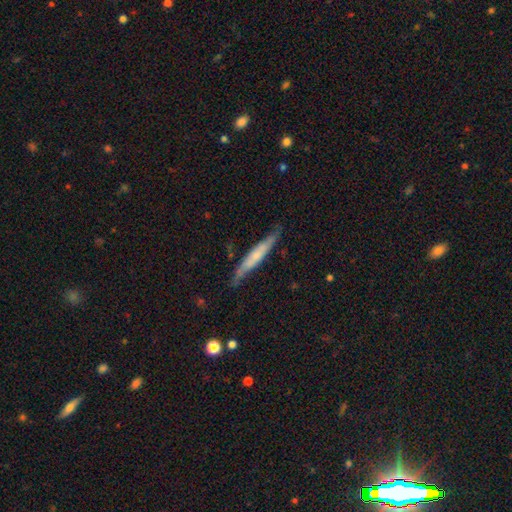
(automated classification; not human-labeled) A featured or disk galaxy (49%).

Vote fractions:
- Smooth or featured? featured or disk: 49% / smooth: 45% / star or artifact: 6%
- Merging? none: 78% / minor disturbance: 17% / major disturbance: 3% / merger: 2%